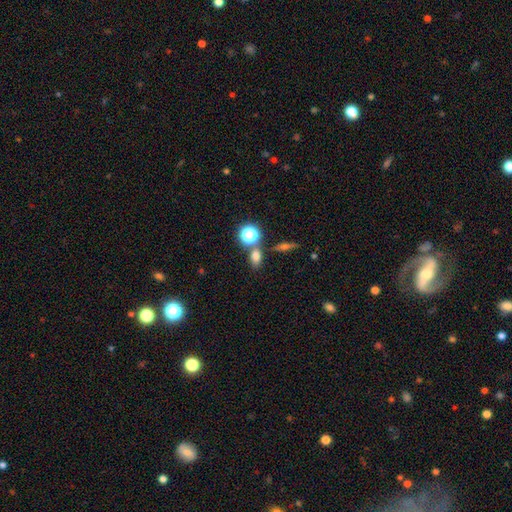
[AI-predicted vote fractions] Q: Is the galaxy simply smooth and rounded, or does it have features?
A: smooth — 71%.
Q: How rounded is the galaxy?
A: in between — 67%.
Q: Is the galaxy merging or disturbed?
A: none — 70%.